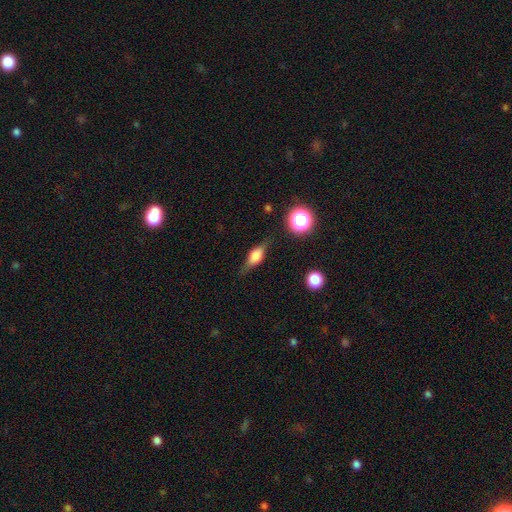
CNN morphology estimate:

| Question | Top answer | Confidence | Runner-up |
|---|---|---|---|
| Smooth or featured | smooth | 45% | tied: featured or disk (45%) |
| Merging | none | 73% | minor disturbance (19%) |